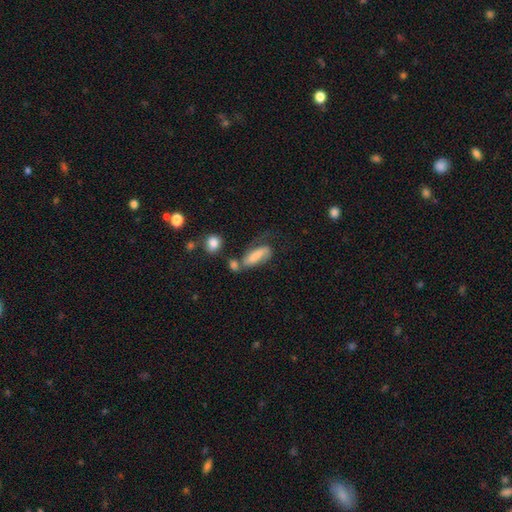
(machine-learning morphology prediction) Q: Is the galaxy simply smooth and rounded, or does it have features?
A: smooth — 62%.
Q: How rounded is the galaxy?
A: in between — 71%.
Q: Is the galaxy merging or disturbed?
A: none — 34%.